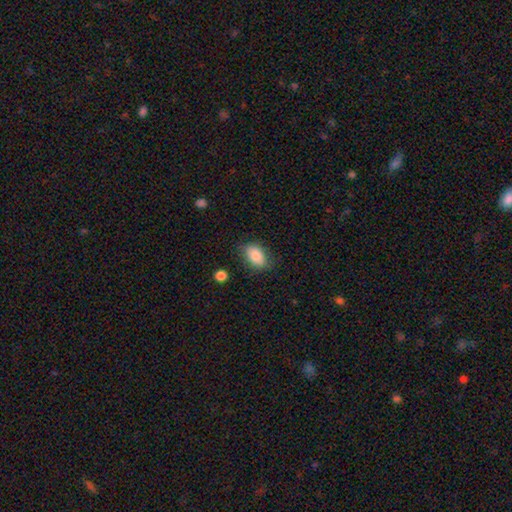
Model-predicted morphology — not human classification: smooth_or_featured: smooth (p=0.84) [alt: featured or disk p=0.09]
how_rounded: in between (p=0.88) [alt: round p=0.10]
merging: none (p=0.77) [alt: minor disturbance p=0.17]